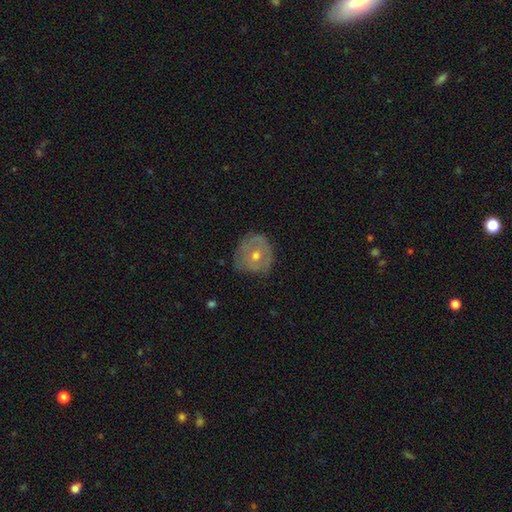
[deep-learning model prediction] Overall: featured or disk (57%; smooth 34%). Edge-on disk: no (95%). Bar: no (84%). Spiral arms: no (60%; yes 40%). Bulge size: moderate (63%; small 34%). Merging: none (70%).